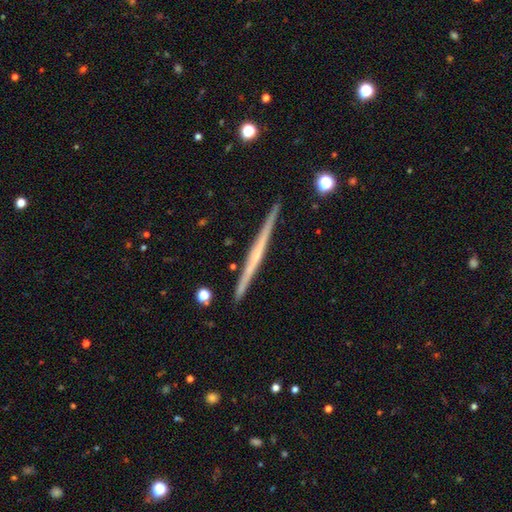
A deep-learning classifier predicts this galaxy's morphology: A featured or disk galaxy (69%) viewed edge-on (98%) with no central bulge (73%). Merging: none (92%).